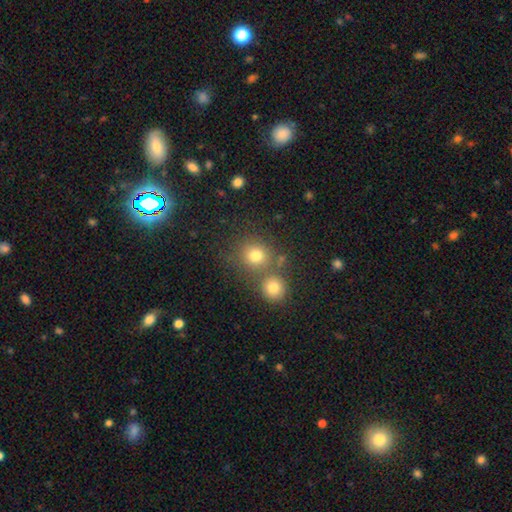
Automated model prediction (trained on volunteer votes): This appears to be a smooth galaxy with no disk features (77%) that is round (87%). Merging: none (65%).